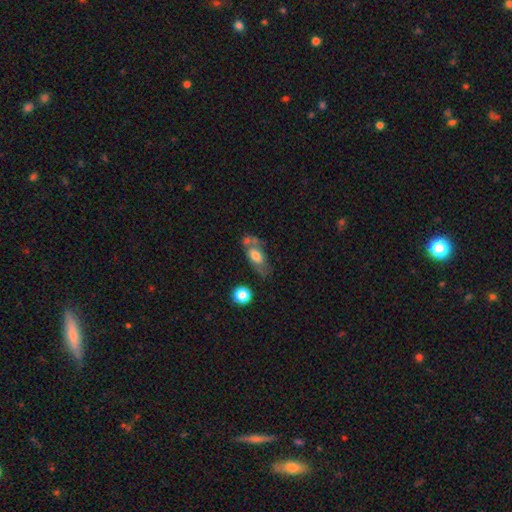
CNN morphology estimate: smooth 58%, featured or disk 34%, star or artifact 9%. Down the decision tree: how rounded — in between (79%); merging — none (41%).